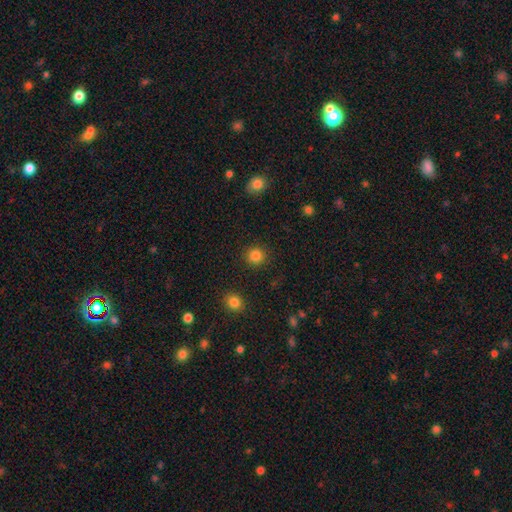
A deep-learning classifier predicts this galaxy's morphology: This is clearly a smooth galaxy (85%). How rounded: clearly round (92%). Merging: clearly none (91%).